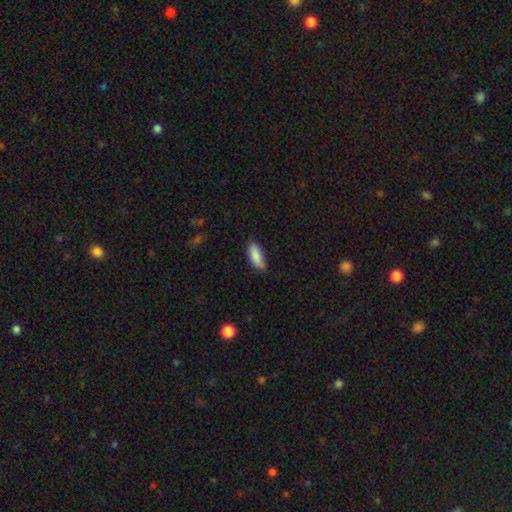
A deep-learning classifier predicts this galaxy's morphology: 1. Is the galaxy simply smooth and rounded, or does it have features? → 88% smooth, 6% star or artifact, 6% featured or disk.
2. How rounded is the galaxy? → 77% in between, 22% cigar-shaped, 2% round.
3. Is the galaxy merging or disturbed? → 74% none, 21% minor disturbance, 3% major disturbance, 1% merger.